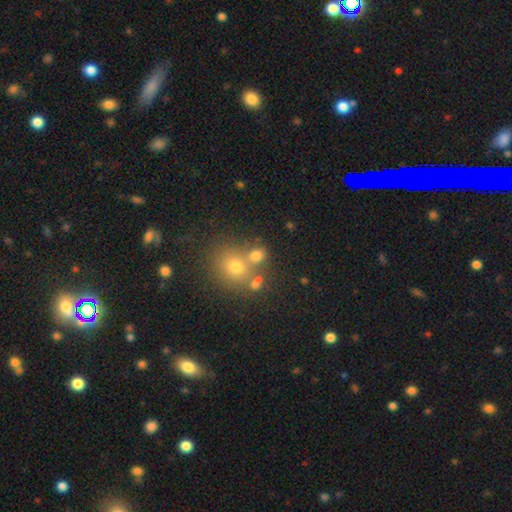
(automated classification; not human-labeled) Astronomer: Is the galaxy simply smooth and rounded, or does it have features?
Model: smooth — 69%.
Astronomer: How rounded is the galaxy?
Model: round — 69%.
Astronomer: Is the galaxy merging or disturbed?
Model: none — 52% (runner-up: merger, 33%).